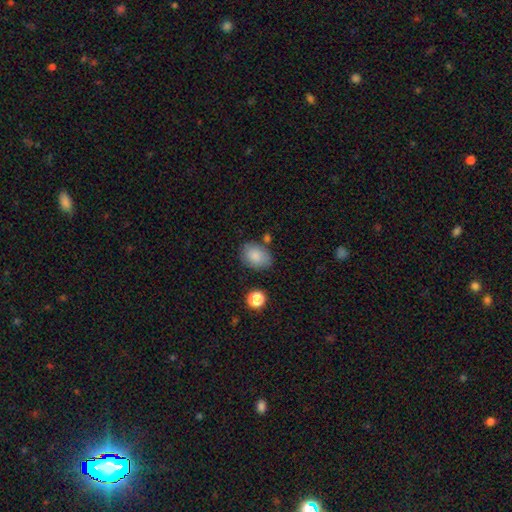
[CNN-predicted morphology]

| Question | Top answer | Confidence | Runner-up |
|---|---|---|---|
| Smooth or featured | smooth | 85% | star or artifact (8%) |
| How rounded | in between | 77% | round (22%) |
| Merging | none | 74% | minor disturbance (16%) |